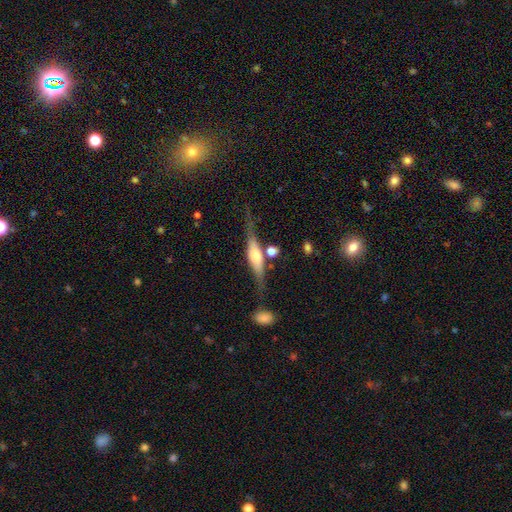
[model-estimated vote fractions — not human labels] Smooth or featured? featured or disk (62%)
Edge-on disk? yes (91%)
Edge-on bulge? rounded (72%)
Merging? none (64%)